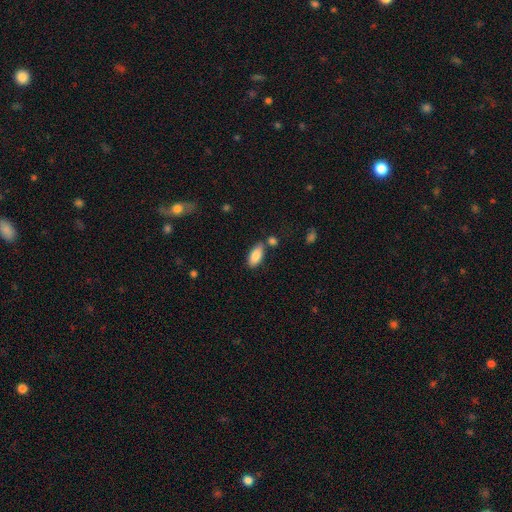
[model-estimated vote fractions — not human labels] Morphology: type=smooth (85%); roundness=in between (90%); merging=none (68%).